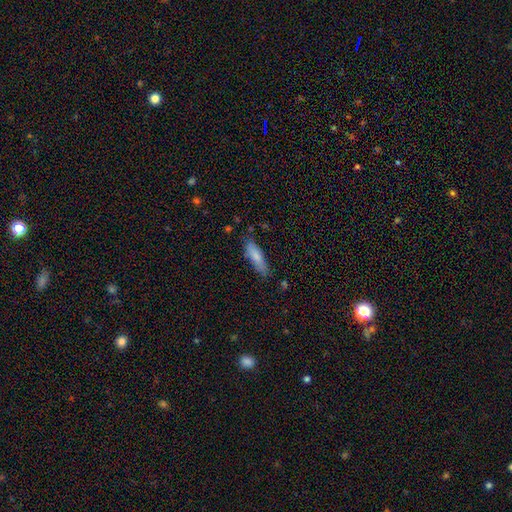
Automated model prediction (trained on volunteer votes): smooth_or_featured: smooth (p=0.78) [alt: featured or disk p=0.16]
how_rounded: cigar-shaped (p=0.55) [alt: in between p=0.43]
merging: none (p=0.72) [alt: minor disturbance p=0.21]